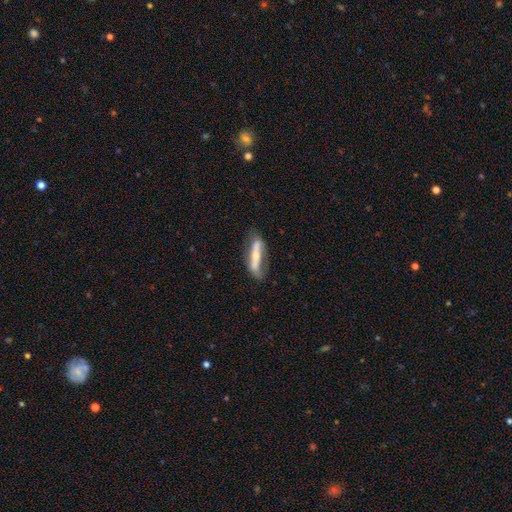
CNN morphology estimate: Smooth or featured?
  - featured or disk: 60% *
  - smooth: 34%
  - star or artifact: 6%
Edge-on disk?
  - no: 54% *
  - yes: 46%
Merging?
  - none: 61% *
  - minor disturbance: 24%
  - major disturbance: 12%
  - merger: 3%